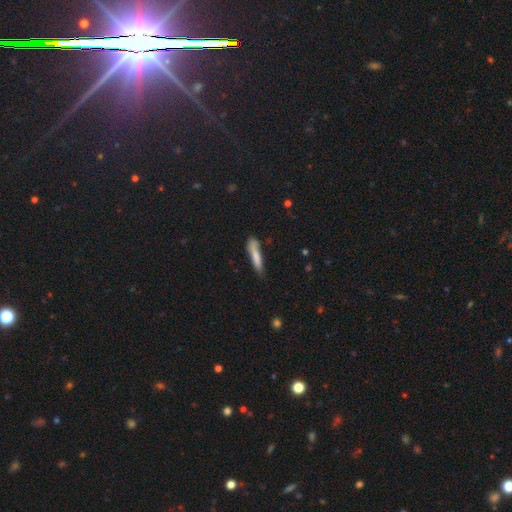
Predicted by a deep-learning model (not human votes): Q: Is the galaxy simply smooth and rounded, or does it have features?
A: smooth — 79%.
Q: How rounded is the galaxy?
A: cigar-shaped — 88%.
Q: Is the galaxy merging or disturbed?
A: none — 67%.